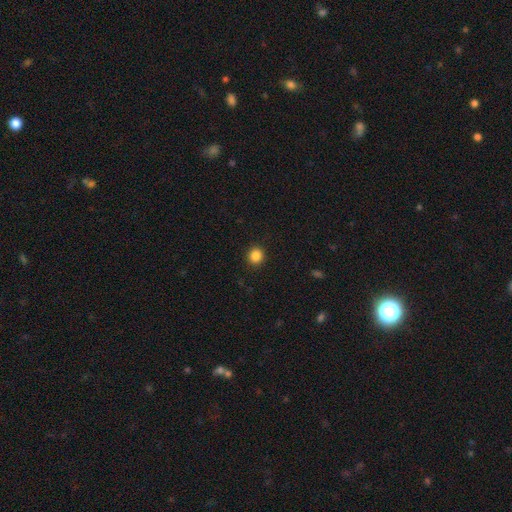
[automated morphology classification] smooth-or-featured: smooth: 86% | star or artifact: 11% | featured or disk: 3%
  how-rounded: round: 91% | in between: 8% | cigar-shaped: 1%
  merging: none: 92% | minor disturbance: 5% | major disturbance: 2% | merger: 1%